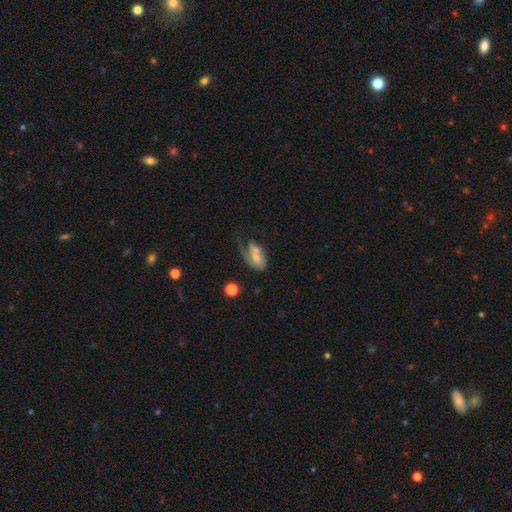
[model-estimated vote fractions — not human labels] Smooth or featured? smooth (46%)
Merging? major disturbance (36%)